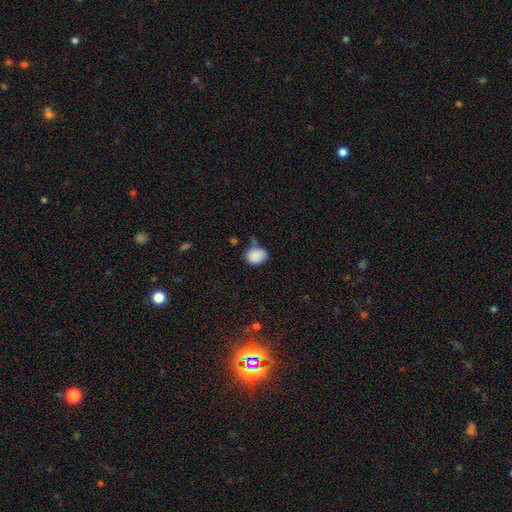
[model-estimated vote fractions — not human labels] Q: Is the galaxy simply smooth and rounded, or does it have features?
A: smooth — 88%.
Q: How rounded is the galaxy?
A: in between — 54%.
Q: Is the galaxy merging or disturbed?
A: none — 62%.